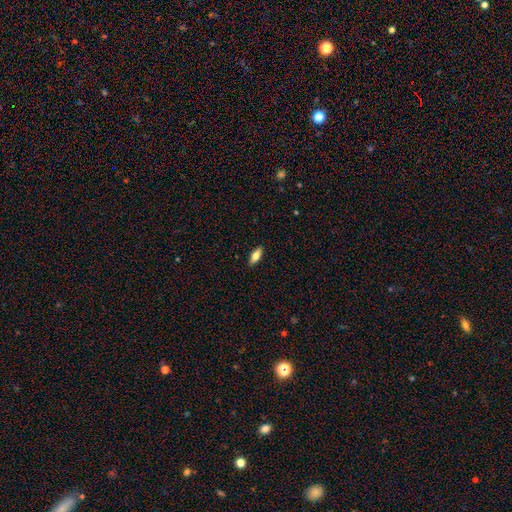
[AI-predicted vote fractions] Overall: smooth (70%). How rounded: in between (73%). Merging: none (90%).